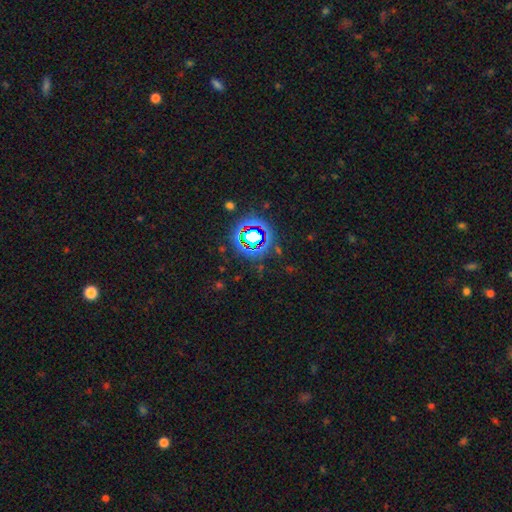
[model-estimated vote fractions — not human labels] A star or artifact, not a galaxy (77%).